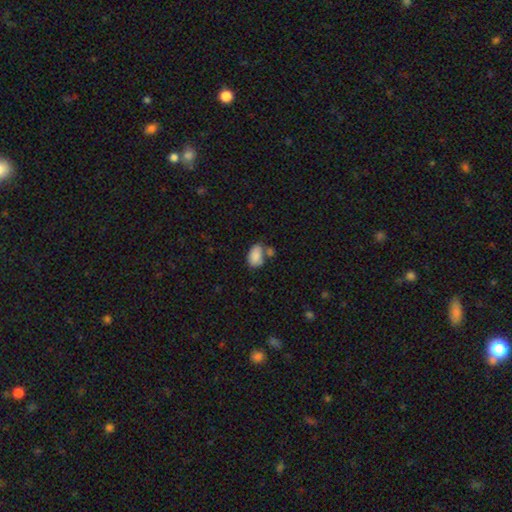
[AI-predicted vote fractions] smooth 85%, star or artifact 8%, featured or disk 7%. Down the decision tree: how rounded — in between (90%); merging — none (48%).